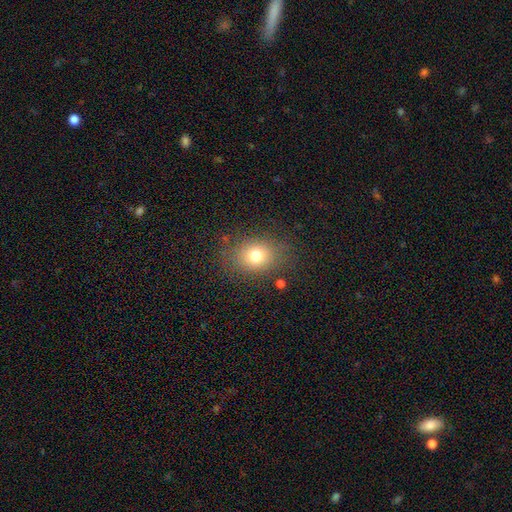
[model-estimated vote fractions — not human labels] Smooth or featured?
  - smooth: 76% *
  - star or artifact: 13%
  - featured or disk: 11%
How rounded?
  - round: 51% *
  - in between: 48%
  - cigar-shaped: 1%
Merging?
  - none: 81% *
  - minor disturbance: 12%
  - major disturbance: 5%
  - merger: 2%